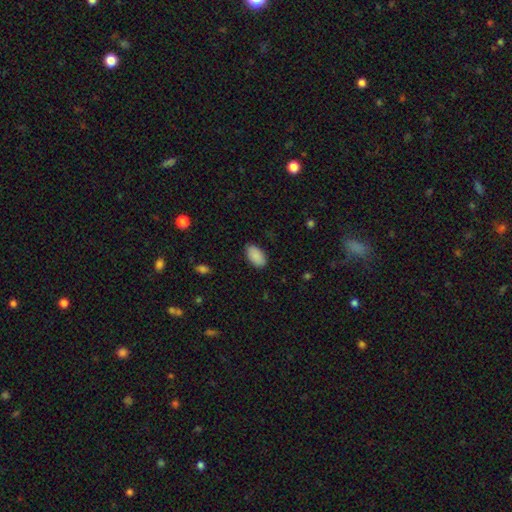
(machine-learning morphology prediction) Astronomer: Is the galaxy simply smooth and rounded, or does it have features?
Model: smooth — 89%.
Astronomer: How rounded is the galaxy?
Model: in between — 95%.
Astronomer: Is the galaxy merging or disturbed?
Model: none — 85%.